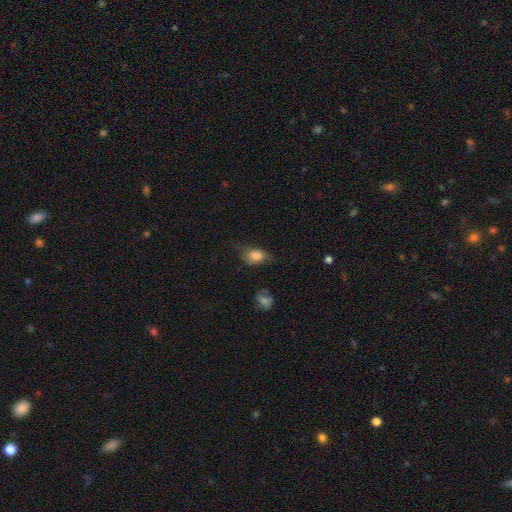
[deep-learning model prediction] A smooth galaxy with no disk features (80%) that is in between round and cigar-shaped (77%).

Vote fractions:
- Smooth or featured? smooth: 80% / featured or disk: 12% / star or artifact: 9%
- How rounded? in between: 77% / round: 21% / cigar-shaped: 2%
- Merging? none: 48% / minor disturbance: 34% / major disturbance: 16% / merger: 3%